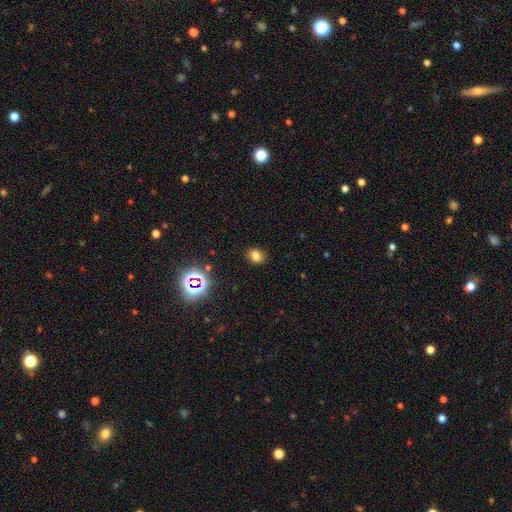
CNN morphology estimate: This appears to be a smooth galaxy with no disk features (75%) that is in between round and cigar-shaped (59%). Merging: none (87%).